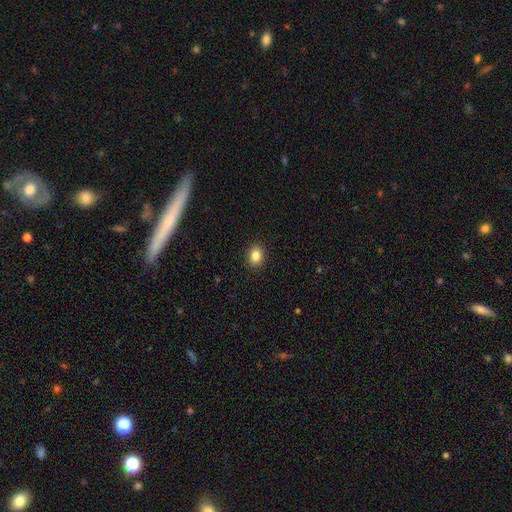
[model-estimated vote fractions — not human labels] smooth_or_featured: smooth (p=0.85) [alt: star or artifact p=0.10]
how_rounded: in between (p=0.54) [alt: round p=0.45]
merging: none (p=0.90) [alt: minor disturbance p=0.07]